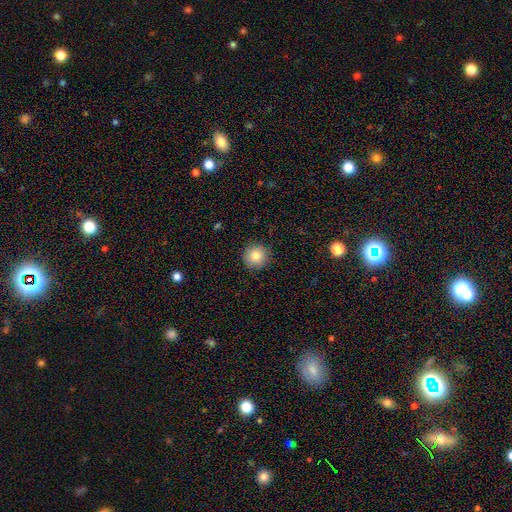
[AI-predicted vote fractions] Smooth or featured? Predicted: smooth (p=0.82). How rounded? Predicted: round (p=0.95). Merging? Predicted: none (p=0.90).